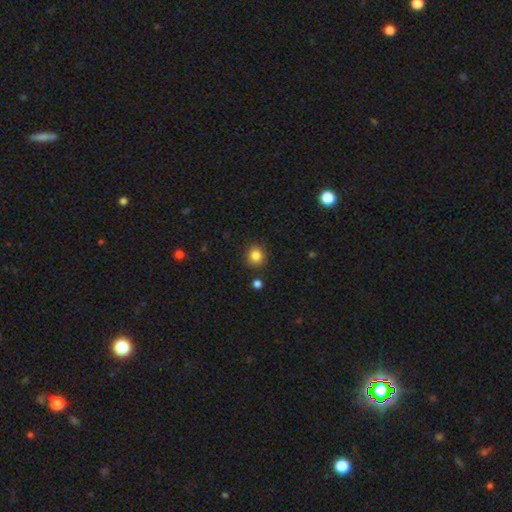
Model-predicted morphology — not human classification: The model was most divided on "smooth or featured": smooth: 84%, star or artifact: 11%, featured or disk: 5%. More confident: merging — none (87%); how rounded — round (86%).